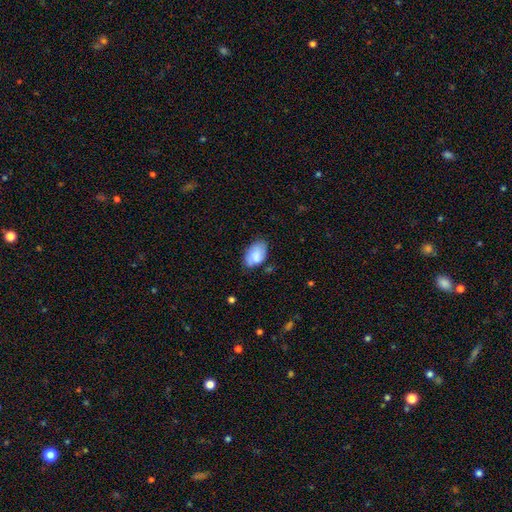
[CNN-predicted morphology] A smooth galaxy with no disk features (83%) that is in between round and cigar-shaped (92%).

Vote fractions:
- Smooth or featured? smooth: 83% / featured or disk: 10% / star or artifact: 7%
- How rounded? in between: 92% / round: 7% / cigar-shaped: 1%
- Merging? none: 66% / minor disturbance: 26% / major disturbance: 5% / merger: 3%